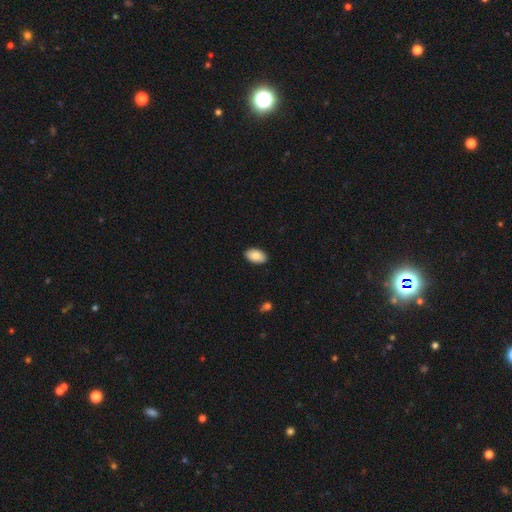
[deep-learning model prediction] Q: Smooth or featured?
A: smooth (88%); runner-up: star or artifact (6%)
Q: How rounded?
A: in between (95%); runner-up: round (4%)
Q: Merging?
A: none (90%); runner-up: minor disturbance (7%)